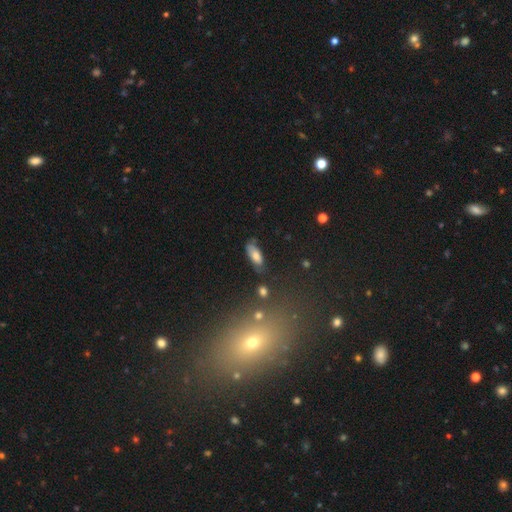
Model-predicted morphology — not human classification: Smooth or featured? Predicted: smooth (p=0.74). How rounded? Predicted: in between (p=0.78). Merging? Predicted: none (p=0.64).